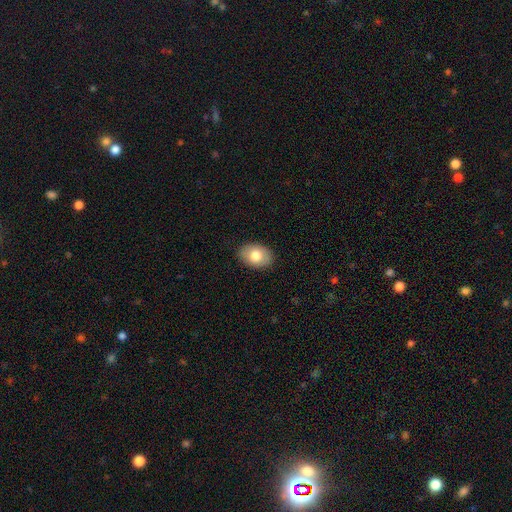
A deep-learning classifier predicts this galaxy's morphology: Smooth or featured: smooth — 80% (featured or disk — 13%)
How rounded: in between — 82% (round — 17%)
Merging: none — 88% (minor disturbance — 9%)